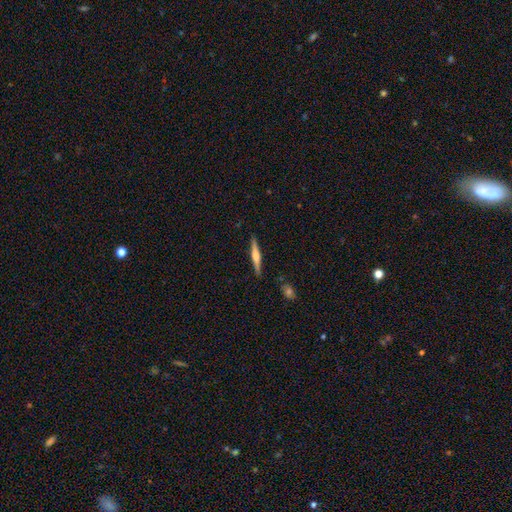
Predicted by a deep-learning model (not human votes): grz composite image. It shows a featured or disk galaxy (53%) viewed edge-on (97%) with a rounded central bulge (58%). Merging: none (89%).